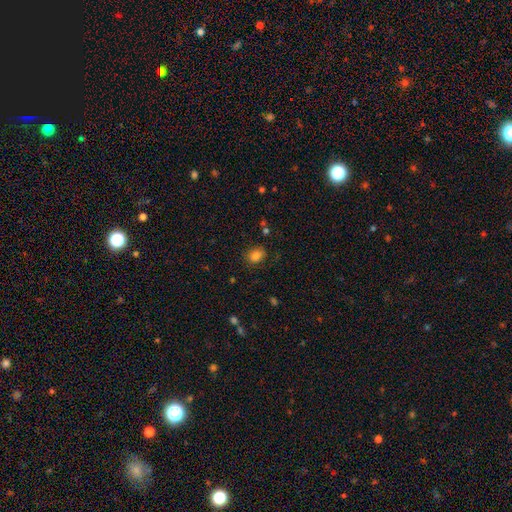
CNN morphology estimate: A smooth galaxy with no disk features (83%) that is in between round and cigar-shaped (66%). Merging: none (83%).